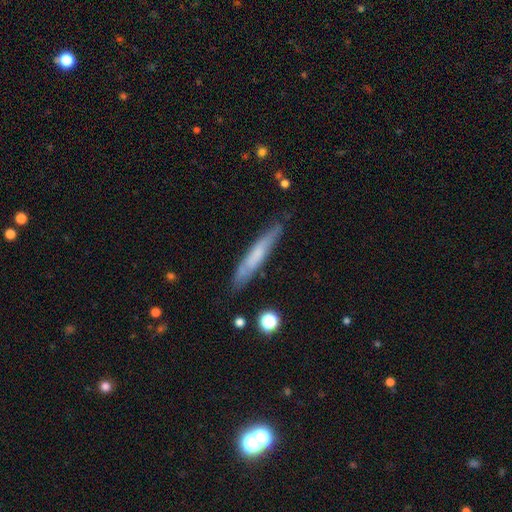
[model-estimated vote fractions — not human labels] smooth 51%, featured or disk 42%, star or artifact 7%. Down the decision tree: how rounded — cigar-shaped (92%); merging — none (80%).